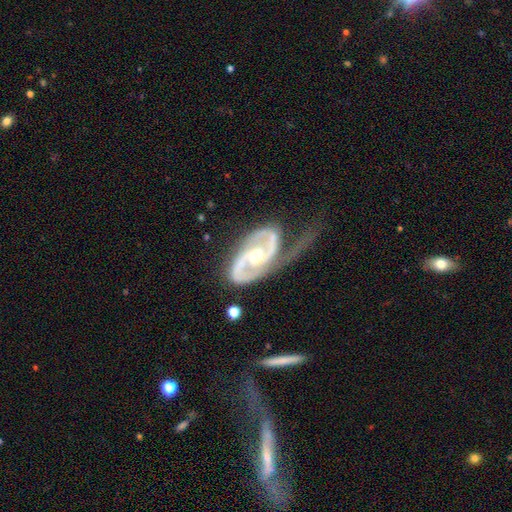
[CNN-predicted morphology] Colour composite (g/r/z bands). It shows a featured or disk galaxy (92%) with no bar (46%), 2 (88%) medium (50%) spiral arms (97%) and a moderate central bulge (68%). Merging: none (34%, tied with major disturbance).